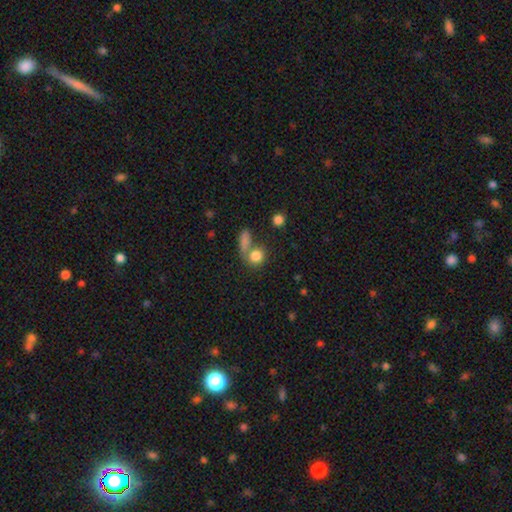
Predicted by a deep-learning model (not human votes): Smooth or featured?
  - smooth: 81% *
  - star or artifact: 11%
  - featured or disk: 8%
How rounded?
  - round: 77% *
  - in between: 20%
  - cigar-shaped: 2%
Merging?
  - none: 49% *
  - merger: 35%
  - minor disturbance: 10%
  - major disturbance: 7%